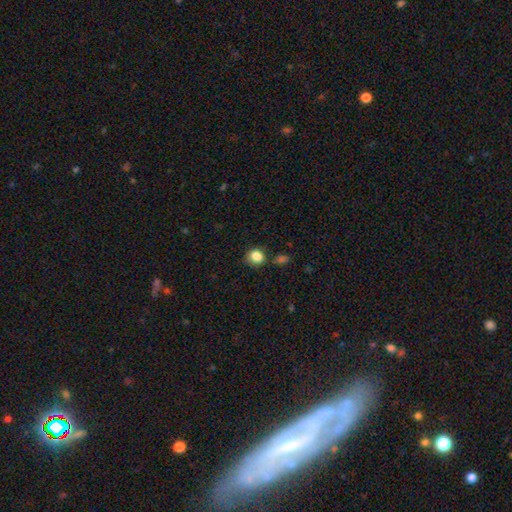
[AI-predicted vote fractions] Smooth or featured: smooth — 85% (star or artifact — 10%)
How rounded: round — 71% (in between — 28%)
Merging: none — 68% (minor disturbance — 19%)